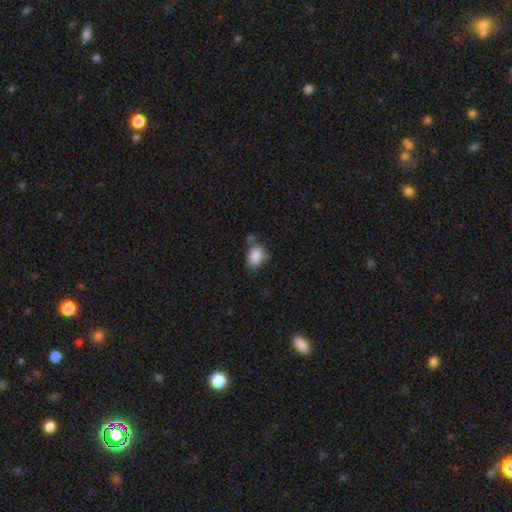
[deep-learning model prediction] A smooth galaxy with no disk features (85%) that is in between round and cigar-shaped (81%). Merging: none (49%).